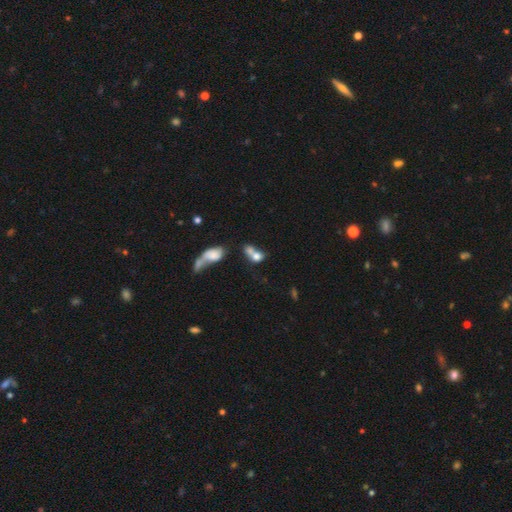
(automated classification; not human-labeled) Q: Smooth or featured?
A: smooth (70%); runner-up: featured or disk (19%)
Q: How rounded?
A: in between (58%); runner-up: round (39%)
Q: Merging?
A: merger (66%); runner-up: none (18%)